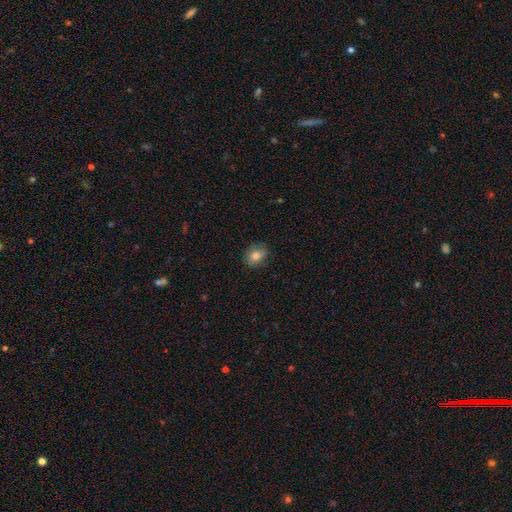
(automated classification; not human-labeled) Smooth or featured: smooth — 80% (featured or disk — 12%)
How rounded: in between — 65% (round — 33%)
Merging: none — 83% (minor disturbance — 13%)